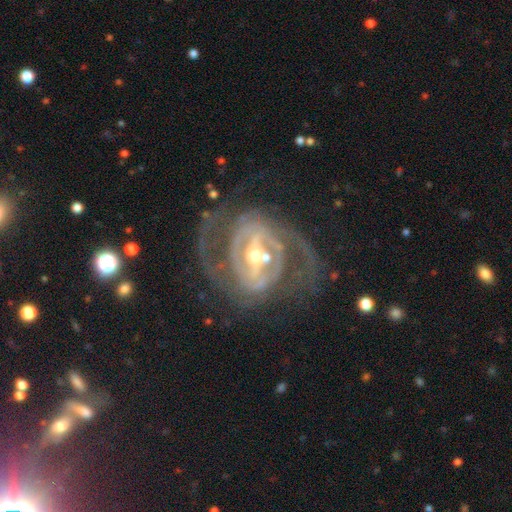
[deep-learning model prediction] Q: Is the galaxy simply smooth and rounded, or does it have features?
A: featured or disk — 91%.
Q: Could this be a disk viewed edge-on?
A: no — 96%.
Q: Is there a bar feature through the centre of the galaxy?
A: strong — 59%.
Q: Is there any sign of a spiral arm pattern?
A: yes — 94%.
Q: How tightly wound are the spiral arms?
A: tight — 45%.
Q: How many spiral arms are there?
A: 2 — 58%.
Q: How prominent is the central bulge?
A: moderate — 52%.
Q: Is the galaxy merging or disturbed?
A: none — 65%.